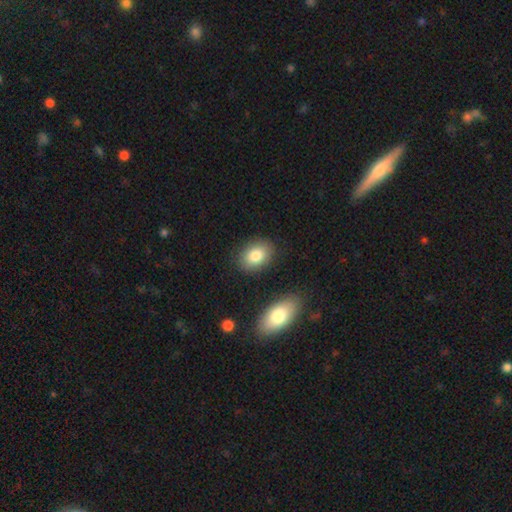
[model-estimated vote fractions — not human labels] smooth_or_featured: smooth (p=0.83) [alt: featured or disk p=0.10]
how_rounded: in between (p=0.76) [alt: round p=0.23]
merging: none (p=0.85) [alt: minor disturbance p=0.09]